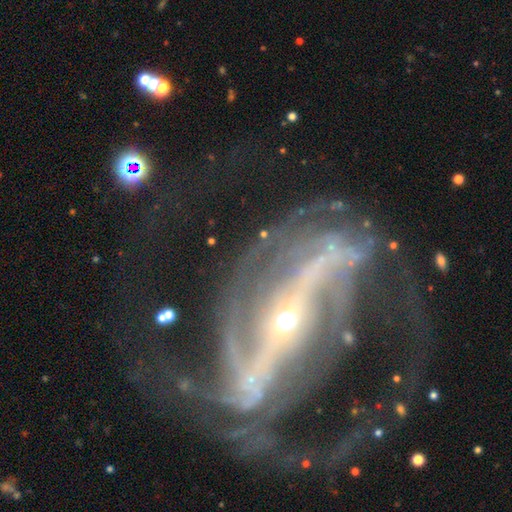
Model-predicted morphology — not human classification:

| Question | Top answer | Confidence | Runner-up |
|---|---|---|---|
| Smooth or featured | featured or disk | 91% | star or artifact (6%) |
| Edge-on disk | no | 95% | yes (5%) |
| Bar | strong | 76% | weak (15%) |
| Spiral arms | yes | 95% | no (5%) |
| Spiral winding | medium | 42% | loose (36%) |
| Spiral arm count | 2 | 68% | can't tell (10%) |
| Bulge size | small | 69% | moderate (26%) |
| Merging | none | 49% | major disturbance (29%) |